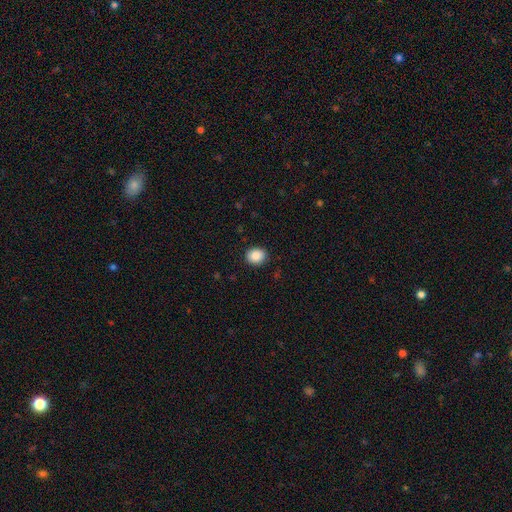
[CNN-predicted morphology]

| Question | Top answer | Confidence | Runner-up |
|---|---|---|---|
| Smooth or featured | smooth | 88% | star or artifact (8%) |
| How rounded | round | 65% | in between (34%) |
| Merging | none | 89% | minor disturbance (8%) |